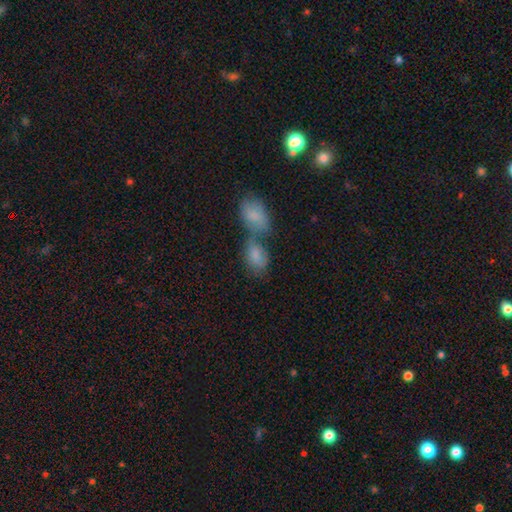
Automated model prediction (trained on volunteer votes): A smooth galaxy with no disk features (80%) that is in between round and cigar-shaped (87%). Merging: merger (59%).